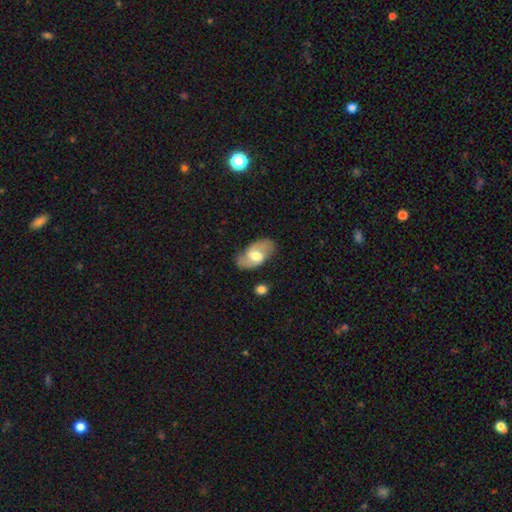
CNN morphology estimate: Smooth or featured?
  - featured or disk: 53% *
  - smooth: 41%
  - star or artifact: 6%
Edge-on disk?
  - no: 92% *
  - yes: 8%
Merging?
  - none: 74% *
  - minor disturbance: 19%
  - major disturbance: 5%
  - merger: 2%